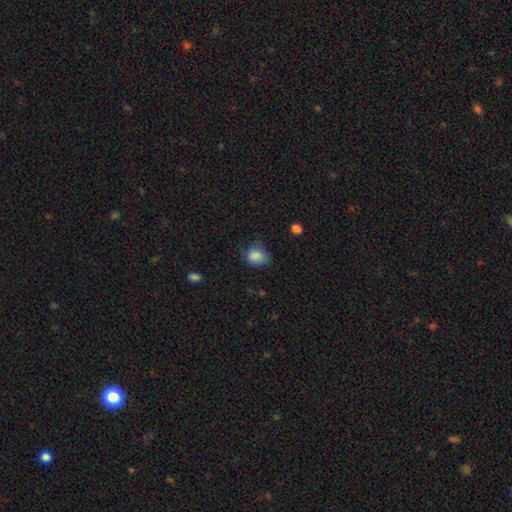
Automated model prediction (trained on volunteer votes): A smooth galaxy with no disk features (85%) that is round (57%). Merging: none (60%).